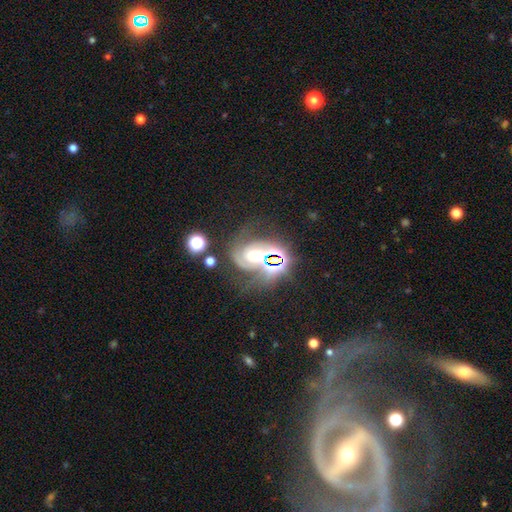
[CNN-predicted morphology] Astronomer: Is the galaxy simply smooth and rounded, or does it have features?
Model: featured or disk — 64%.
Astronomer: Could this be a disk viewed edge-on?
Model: no — 97%.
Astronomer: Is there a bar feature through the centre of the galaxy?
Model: no — 48% (runner-up: weak, 33%).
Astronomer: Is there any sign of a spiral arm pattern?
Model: yes — 91%.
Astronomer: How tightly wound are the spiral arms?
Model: medium — 49% (runner-up: tight, 33%).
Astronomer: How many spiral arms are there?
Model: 2 — 70%.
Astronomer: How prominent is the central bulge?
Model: moderate — 62%.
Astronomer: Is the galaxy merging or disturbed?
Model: none — 46%.